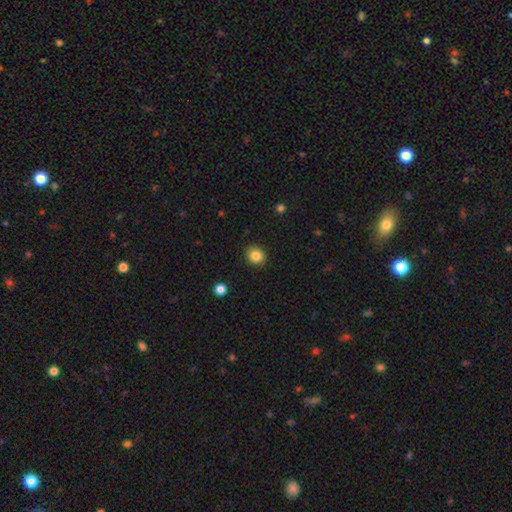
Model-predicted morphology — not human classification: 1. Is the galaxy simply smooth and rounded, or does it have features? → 84% smooth, 11% star or artifact, 5% featured or disk.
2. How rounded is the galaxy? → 80% round, 19% in between, 1% cigar-shaped.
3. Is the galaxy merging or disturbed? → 90% none, 7% minor disturbance, 2% major disturbance, 1% merger.